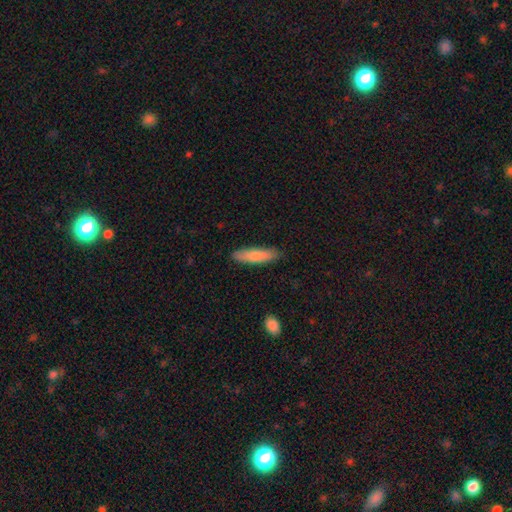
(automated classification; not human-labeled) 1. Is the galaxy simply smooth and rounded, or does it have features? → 81% smooth, 14% featured or disk, 5% star or artifact.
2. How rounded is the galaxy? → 73% cigar-shaped, 26% in between, 1% round.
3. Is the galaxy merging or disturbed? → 87% none, 10% minor disturbance, 2% major disturbance, 1% merger.